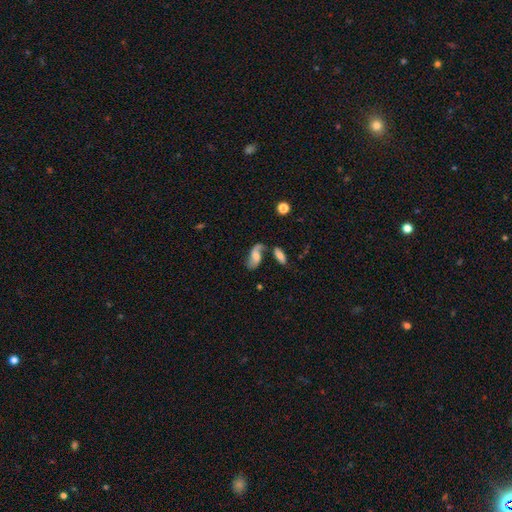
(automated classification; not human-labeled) A featured or disk galaxy (58%) with no bar (56%), spiral arms (88%) and a moderate central bulge (35%).

Vote fractions:
- Smooth or featured? featured or disk: 58% / smooth: 33% / star or artifact: 9%
- Edge-on disk? no: 91% / yes: 9%
- Bar? no: 56% / weak: 34% / strong: 10%
- Spiral arms? yes: 88% / no: 12%
- Bulge size? moderate: 35% / small: 26% / none: 20% / large: 16% / dominant: 3%
- Merging? none: 47% / minor disturbance: 20% / merger: 20% / major disturbance: 13%